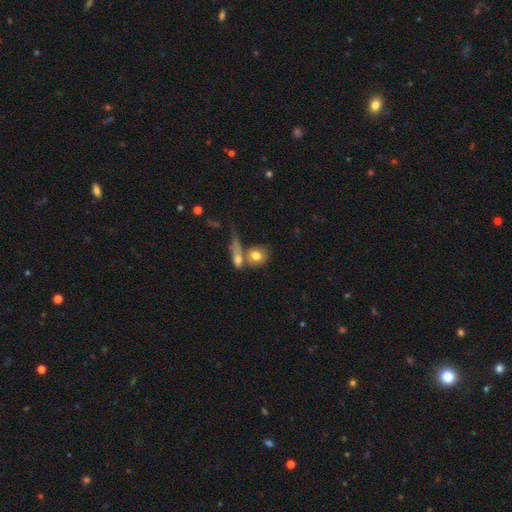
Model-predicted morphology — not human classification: Q: Smooth or featured?
A: smooth (73%); runner-up: featured or disk (18%)
Q: How rounded?
A: round (57%); runner-up: in between (39%)
Q: Merging?
A: merger (40%); tied with: none (40%)